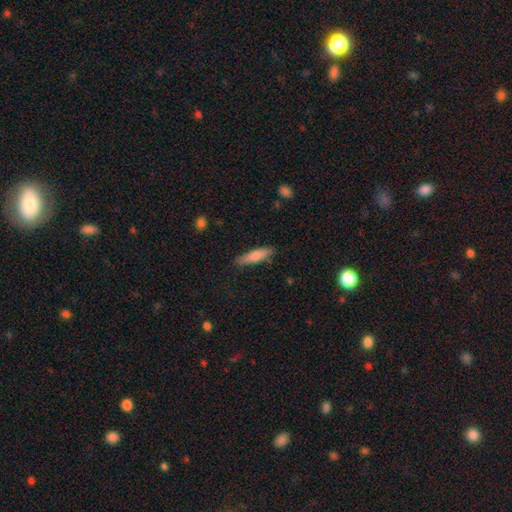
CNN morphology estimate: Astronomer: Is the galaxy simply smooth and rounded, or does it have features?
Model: smooth — 67%.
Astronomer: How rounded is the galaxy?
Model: cigar-shaped — 80%.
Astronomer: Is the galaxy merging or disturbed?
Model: none — 85%.